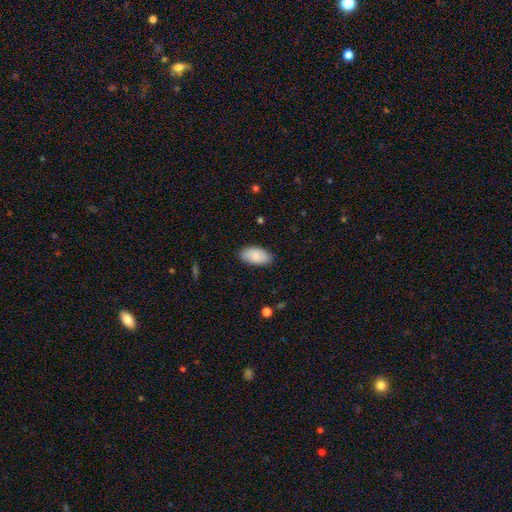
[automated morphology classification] The model was most divided on "merging": none: 85%, minor disturbance: 12%, major disturbance: 2%, merger: 1%. More confident: how rounded — in between (95%); smooth or featured — smooth (84%).